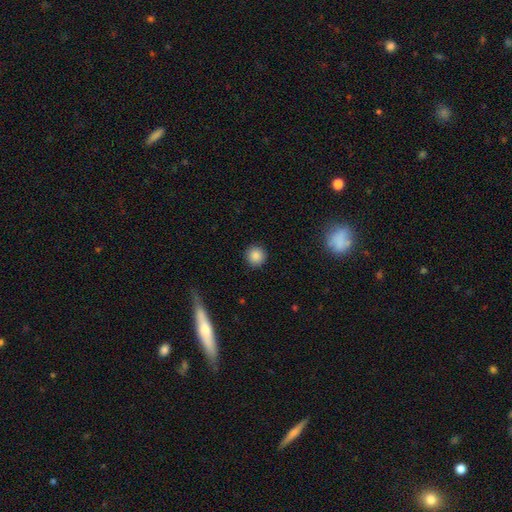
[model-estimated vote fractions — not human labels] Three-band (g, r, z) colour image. It shows a smooth galaxy with no disk features (86%) that is round (94%). Merging: none (91%).